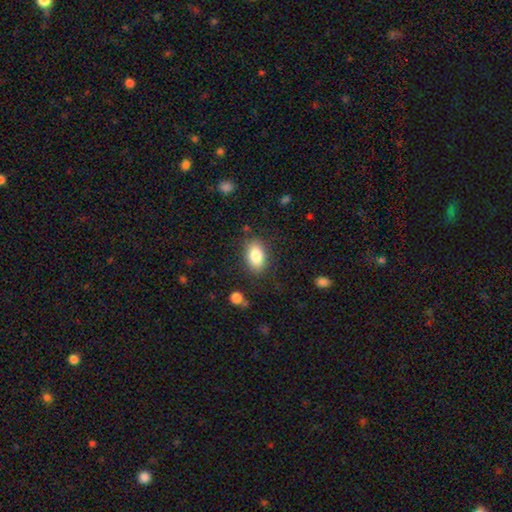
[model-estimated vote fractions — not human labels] smooth 83%, featured or disk 9%, star or artifact 8%. Down the decision tree: how rounded — in between (89%); merging — none (84%).